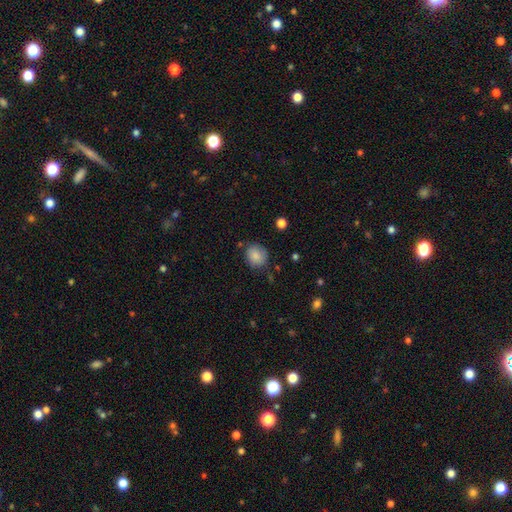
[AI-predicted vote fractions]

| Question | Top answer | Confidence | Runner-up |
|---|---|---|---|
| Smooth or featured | smooth | 84% | star or artifact (8%) |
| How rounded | round | 73% | in between (27%) |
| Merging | none | 73% | minor disturbance (20%) |